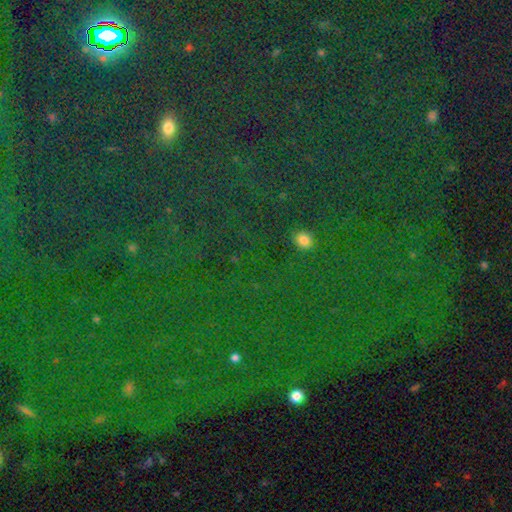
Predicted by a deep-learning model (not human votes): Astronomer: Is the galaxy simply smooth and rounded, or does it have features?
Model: star or artifact — 81%.